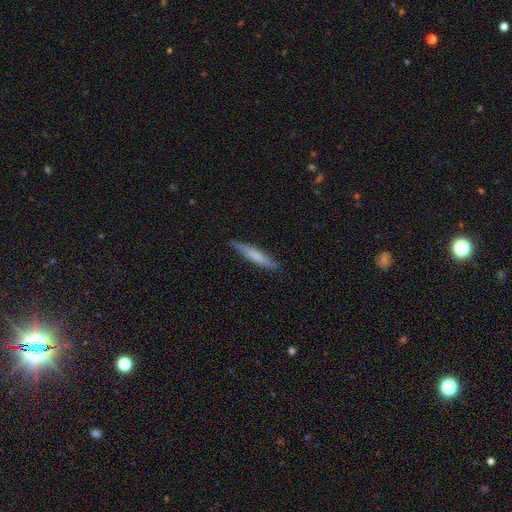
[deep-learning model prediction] Morphology: type=smooth (65%); roundness=cigar-shaped (94%); merging=none (86%).